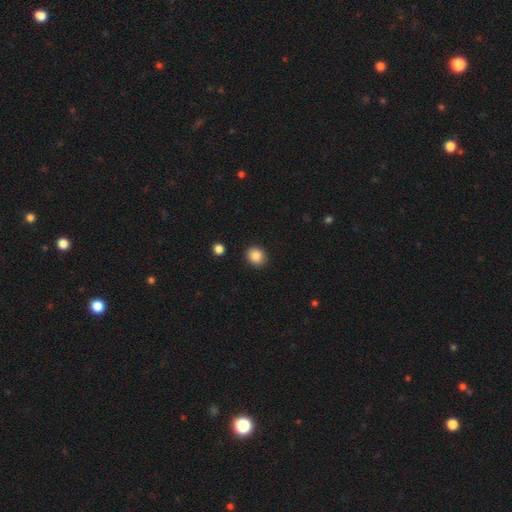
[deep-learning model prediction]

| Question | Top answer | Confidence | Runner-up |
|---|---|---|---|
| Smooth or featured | smooth | 87% | star or artifact (9%) |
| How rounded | round | 72% | in between (27%) |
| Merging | none | 90% | minor disturbance (6%) |